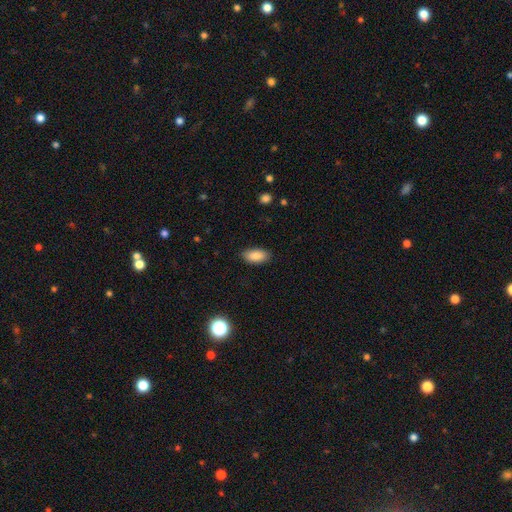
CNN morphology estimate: Overall: smooth (87%). How rounded: in between (93%). Merging: none (87%).